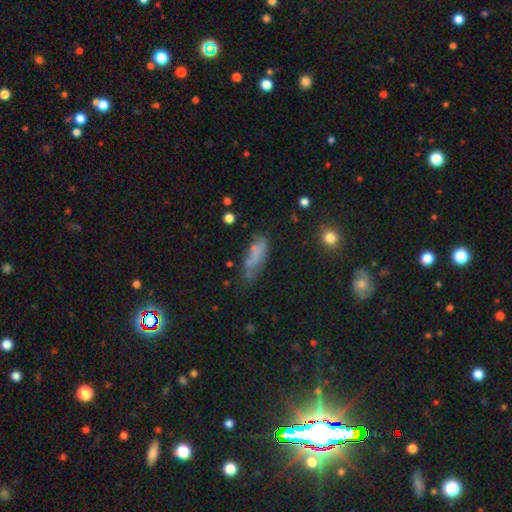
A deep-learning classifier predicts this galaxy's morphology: smooth_or_featured: smooth (p=0.59) [alt: featured or disk p=0.24]
how_rounded: in between (p=0.57) [alt: cigar-shaped p=0.40]
merging: none (p=0.42) [alt: minor disturbance p=0.30]